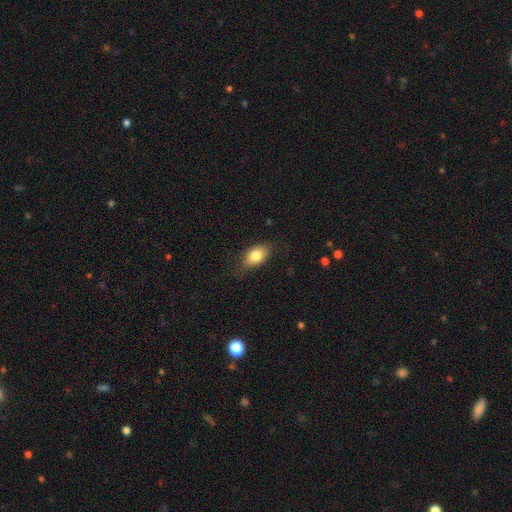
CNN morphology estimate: Smooth or featured? Predicted: smooth (p=0.80). How rounded? Predicted: in between (p=0.88). Merging? Predicted: none (p=0.77).